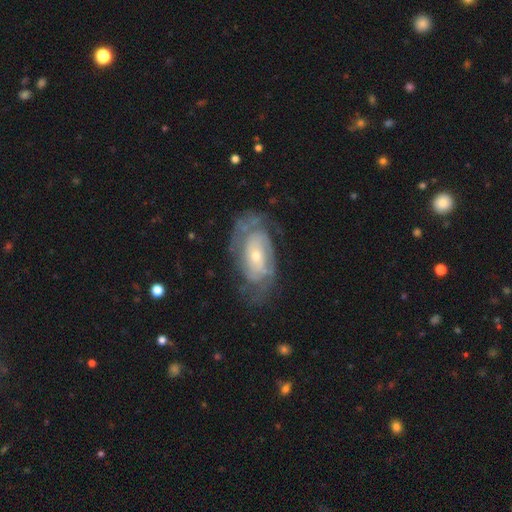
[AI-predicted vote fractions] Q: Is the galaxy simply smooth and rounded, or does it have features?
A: featured or disk — 79%.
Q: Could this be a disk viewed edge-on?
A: no — 94%.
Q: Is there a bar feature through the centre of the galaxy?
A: no — 71%.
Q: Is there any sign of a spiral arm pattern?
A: yes — 85%.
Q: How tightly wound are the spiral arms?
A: tight — 62%.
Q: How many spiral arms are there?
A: can't tell — 44%.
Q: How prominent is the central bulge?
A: small — 64%.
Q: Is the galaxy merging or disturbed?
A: none — 63%.